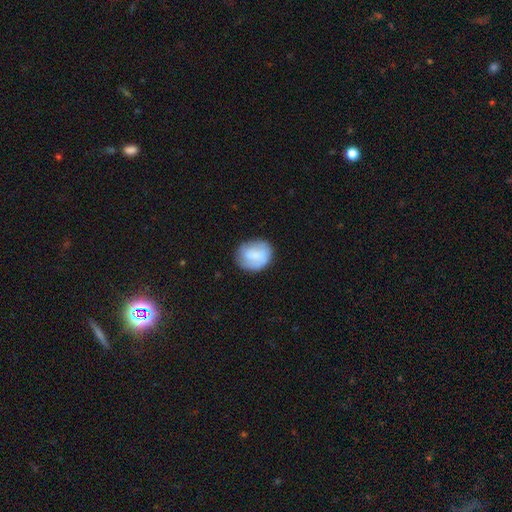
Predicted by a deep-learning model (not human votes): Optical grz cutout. It shows a smooth galaxy with no disk features (67%) that is round (57%). Merging: none (69%).